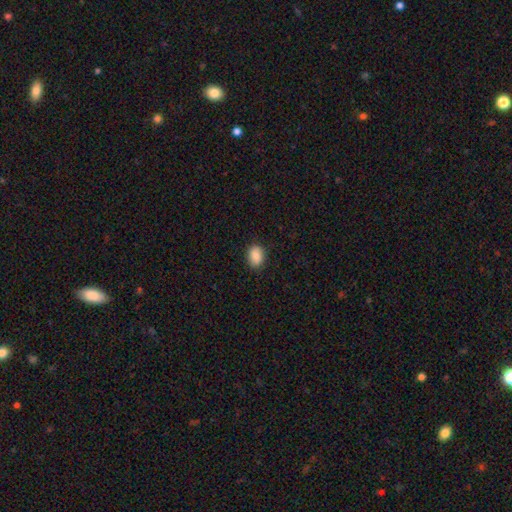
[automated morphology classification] A smooth galaxy with no disk features (87%) that is in between round and cigar-shaped (73%). Merging: none (86%).